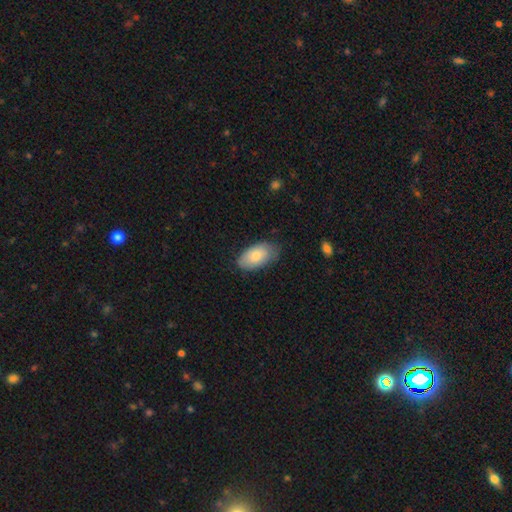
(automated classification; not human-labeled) Q: Smooth or featured?
A: smooth (81%); runner-up: featured or disk (14%)
Q: How rounded?
A: in between (95%); runner-up: round (3%)
Q: Merging?
A: none (73%); runner-up: minor disturbance (22%)